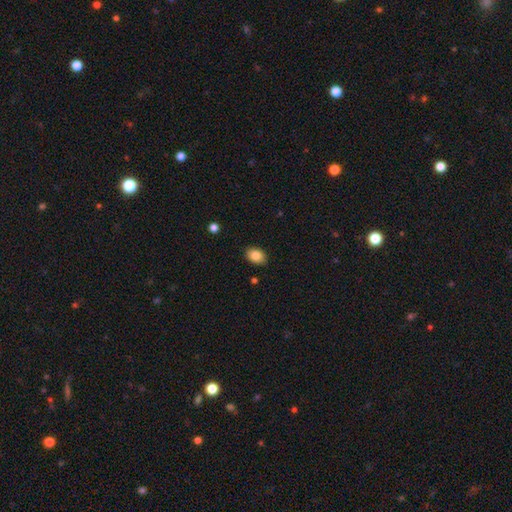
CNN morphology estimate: Smooth or featured? smooth (85%)
How rounded? in between (79%)
Merging? none (88%)